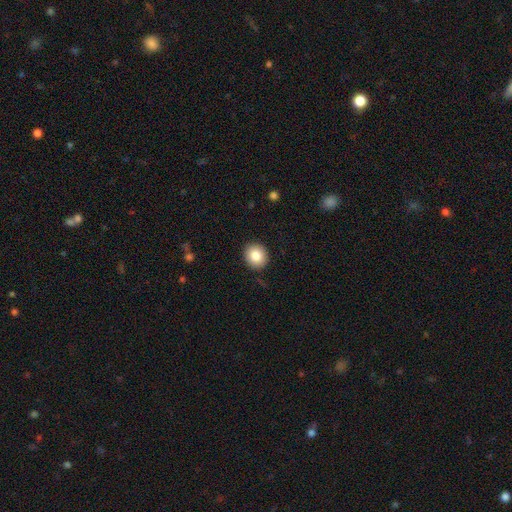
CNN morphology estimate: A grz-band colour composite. It shows a smooth galaxy with no disk features (84%) that is round (84%). Merging: none (91%).